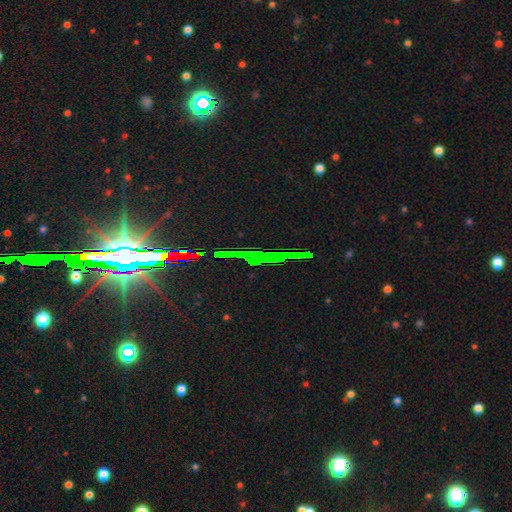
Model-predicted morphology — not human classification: Smooth or featured?
  - star or artifact: 74% *
  - featured or disk: 17%
  - smooth: 9%